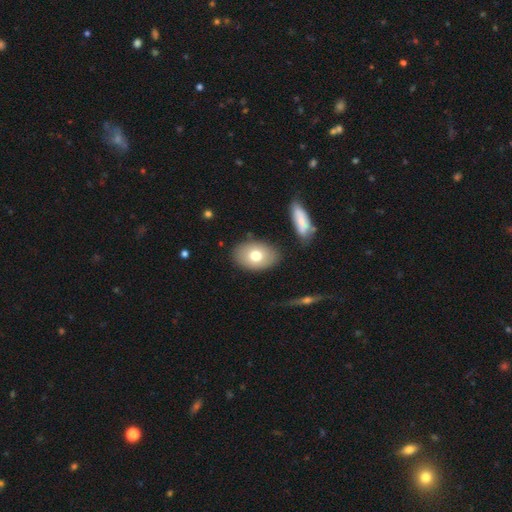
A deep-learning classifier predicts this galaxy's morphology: This appears to be a smooth galaxy with no disk features (72%) that is in between round and cigar-shaped (85%). Merging: none (82%).